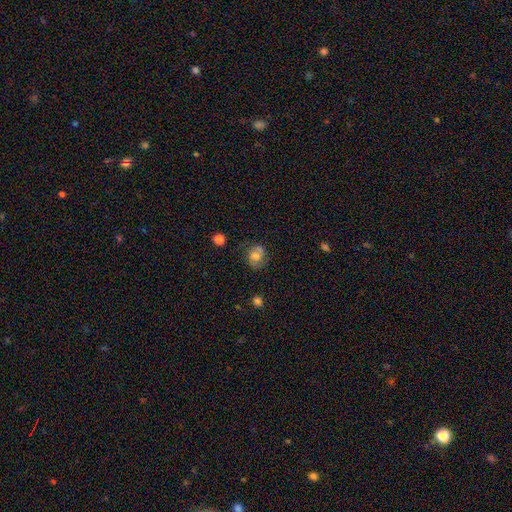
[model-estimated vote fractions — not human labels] This appears to be a smooth galaxy with no disk features (63%) that is round (60%). Merging: none (63%).